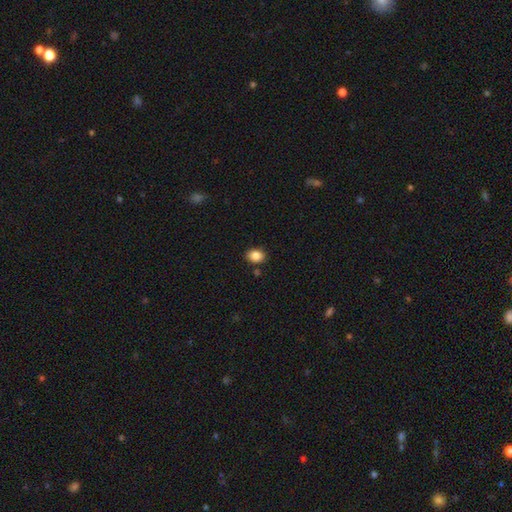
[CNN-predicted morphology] This is clearly a smooth galaxy (86%). How rounded: possibly in between (60%). Merging: clearly none (84%).